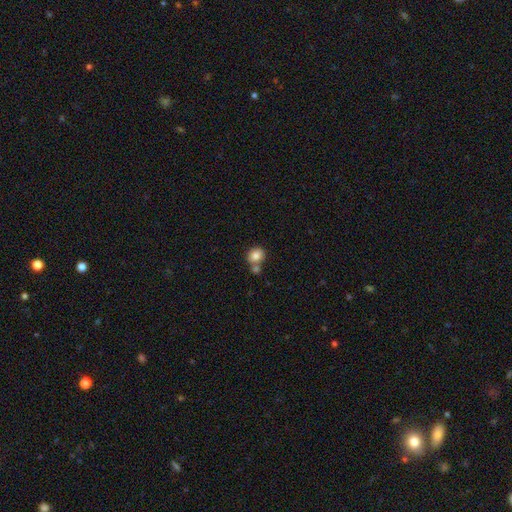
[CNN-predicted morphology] A smooth galaxy with no disk features (82%) that is round (75%). Merging: none (58%).